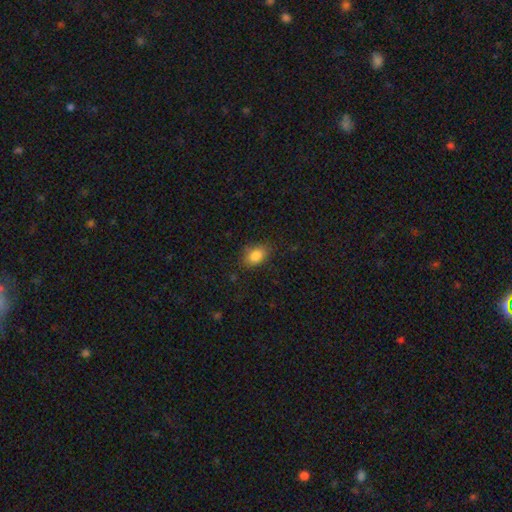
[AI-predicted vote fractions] Morphology: type=smooth (84%); roundness=in between (78%); merging=none (80%).